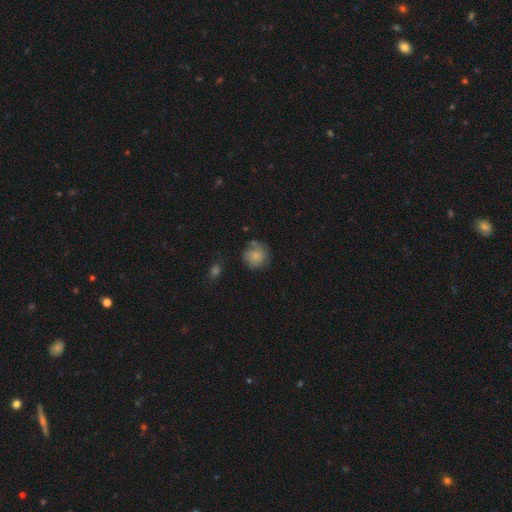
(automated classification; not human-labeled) Smooth or featured?
  - smooth: 73% *
  - featured or disk: 19%
  - star or artifact: 8%
How rounded?
  - round: 87% *
  - in between: 12%
  - cigar-shaped: 1%
Merging?
  - none: 61% *
  - minor disturbance: 25%
  - major disturbance: 9%
  - merger: 5%